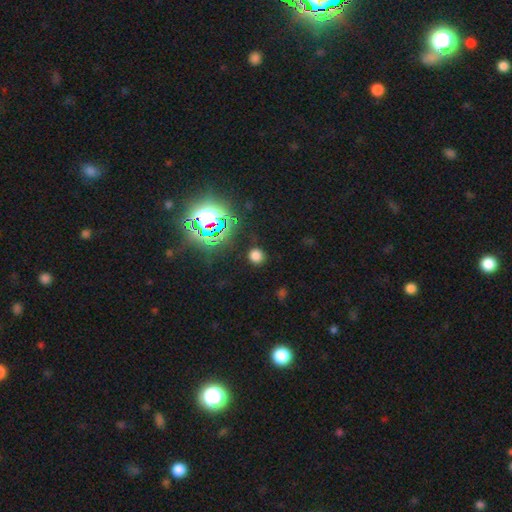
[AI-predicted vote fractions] This is likely a smooth galaxy (68%). How rounded: clearly round (87%). Merging: clearly none (87%).